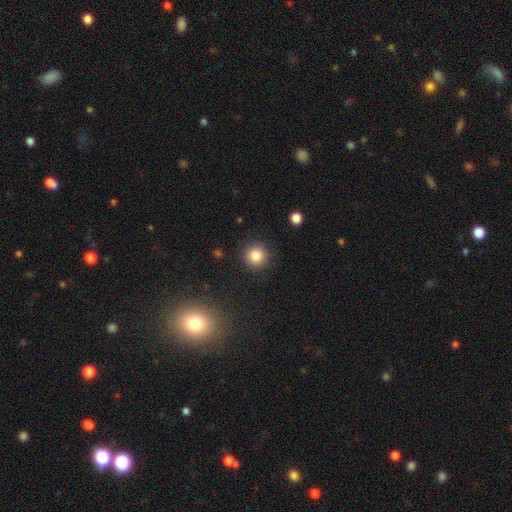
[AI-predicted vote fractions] smooth 83%, star or artifact 11%, featured or disk 5%. Down the decision tree: how rounded — round (94%); merging — none (90%).